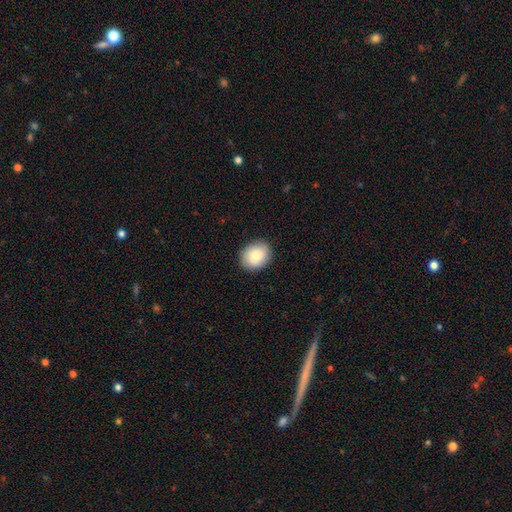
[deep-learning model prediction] Smooth or featured? Predicted: smooth (p=0.83). How rounded? Predicted: in between (p=0.50). Merging? Predicted: none (p=0.88).